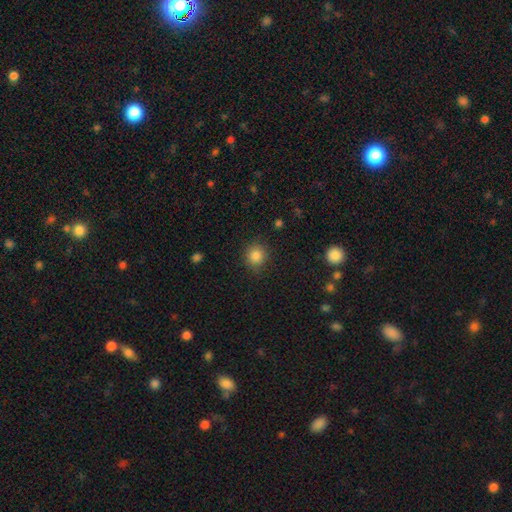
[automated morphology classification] Smooth or featured: smooth — 85% (star or artifact — 11%)
How rounded: round — 87% (in between — 12%)
Merging: none — 85% (minor disturbance — 11%)